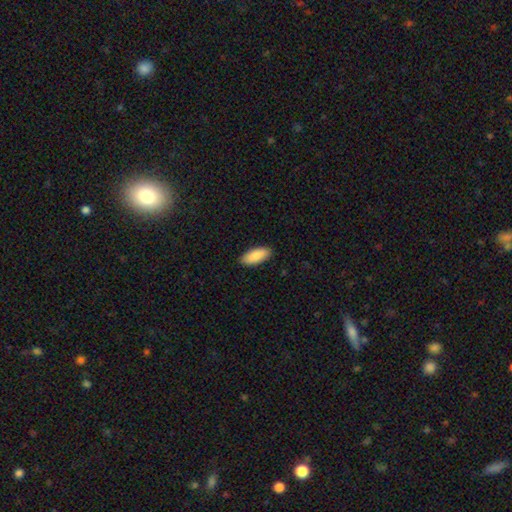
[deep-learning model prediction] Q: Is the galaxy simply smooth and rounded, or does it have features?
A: smooth — 89%.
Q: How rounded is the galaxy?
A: in between — 86%.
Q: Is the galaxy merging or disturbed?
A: none — 90%.